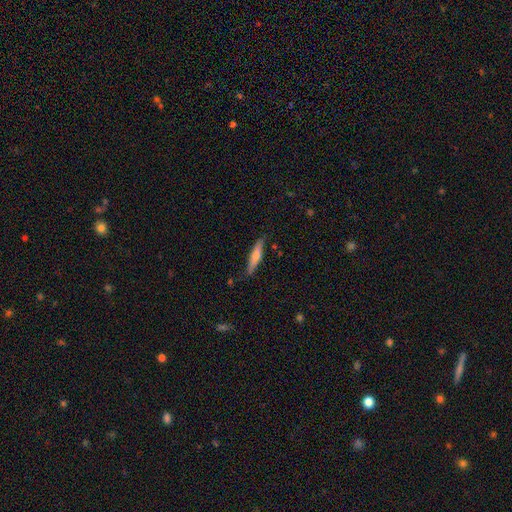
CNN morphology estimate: This is possibly a smooth galaxy (49%). Merging: clearly none (86%).